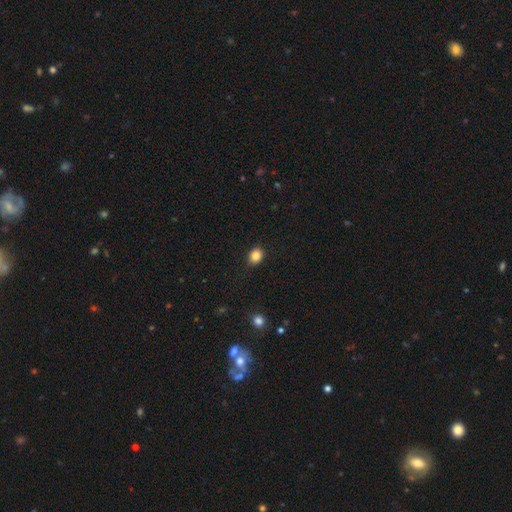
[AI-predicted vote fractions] Smooth or featured: smooth — 85% (star or artifact — 10%)
How rounded: round — 57% (in between — 42%)
Merging: none — 87% (minor disturbance — 10%)